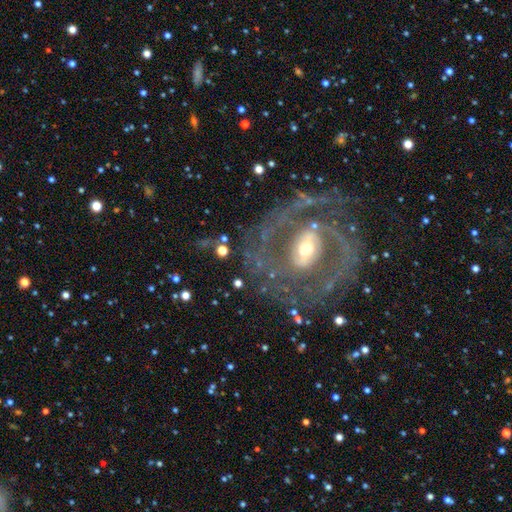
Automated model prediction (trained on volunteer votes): Smooth or featured?
  - featured or disk: 84% *
  - smooth: 9%
  - star or artifact: 7%
Edge-on disk?
  - no: 96% *
  - yes: 4%
Bar?
  - no: 37% *
  - weak: 35%
  - strong: 28%
Spiral arms?
  - yes: 81% *
  - no: 19%
Spiral winding?
  - tight: 48% *
  - medium: 39%
  - loose: 13%
Spiral arm count?
  - 2: 65% *
  - can't tell: 16%
  - 3: 6%
  - 1: 5%
  - 4: 3%
  - more than 4: 3%
Bulge size?
  - moderate: 48% *
  - small: 38%
  - large: 11%
  - dominant: 2%
  - none: 2%
Merging?
  - none: 73% *
  - minor disturbance: 14%
  - major disturbance: 11%
  - merger: 2%